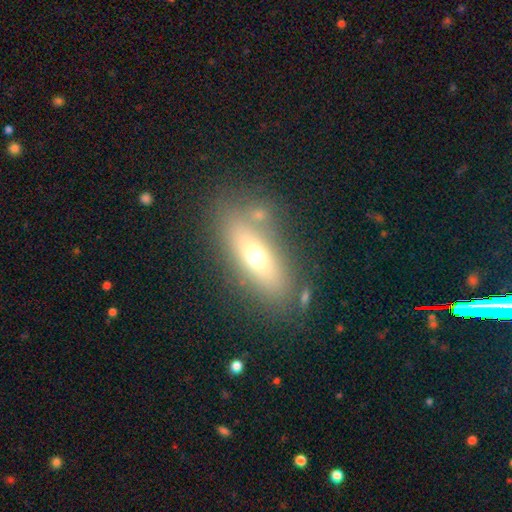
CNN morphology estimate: Smooth or featured? smooth (56%)
How rounded? in between (61%)
Merging? none (74%)